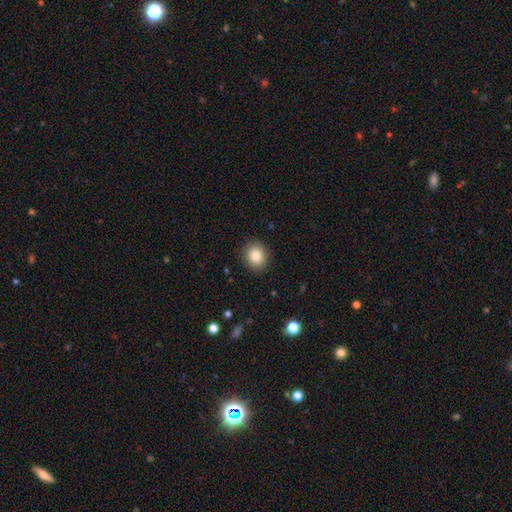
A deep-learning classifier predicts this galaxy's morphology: Smooth or featured? smooth (83%)
How rounded? round (78%)
Merging? none (90%)